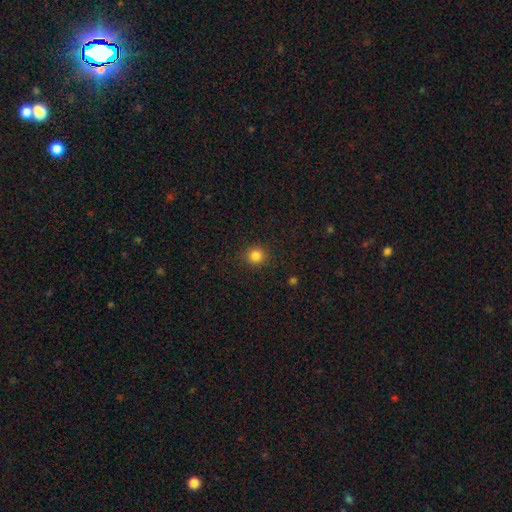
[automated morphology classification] This is clearly a smooth galaxy (84%). How rounded: clearly round (92%). Merging: clearly none (90%).